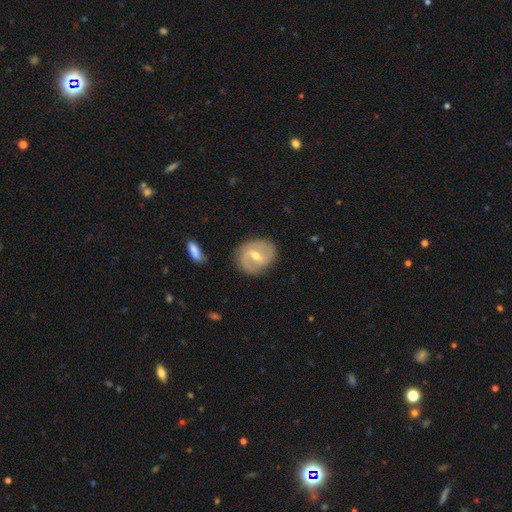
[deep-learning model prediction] Smooth or featured? featured or disk (78%)
Edge-on disk? no (96%)
Bar? weak (51%)
Spiral arms? yes (87%)
Spiral winding? medium (43%)
Spiral arm count? 2 (83%)
Bulge size? moderate (55%)
Merging? none (80%)